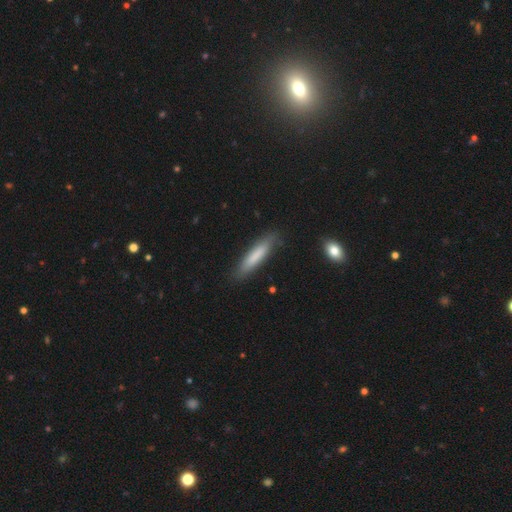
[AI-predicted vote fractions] Morphology: type=smooth (75%); roundness=cigar-shaped (86%); merging=none (84%).